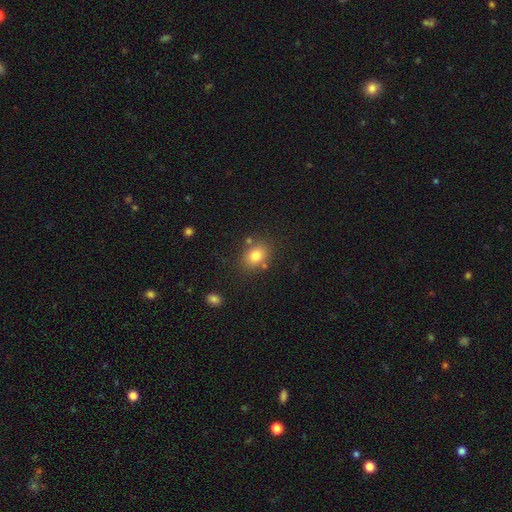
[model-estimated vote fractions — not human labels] This is likely a smooth galaxy (79%). How rounded: possibly in between (55%). Merging: likely none (77%).